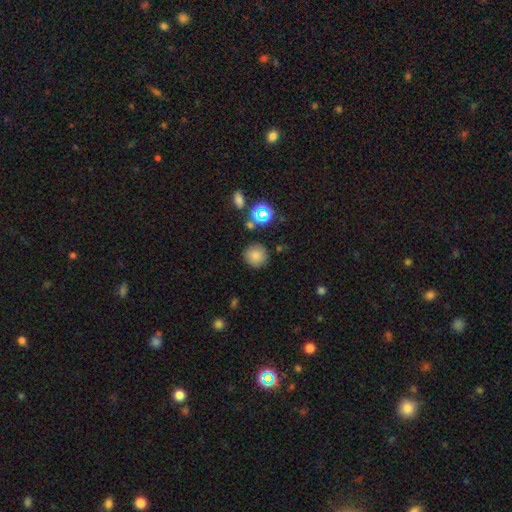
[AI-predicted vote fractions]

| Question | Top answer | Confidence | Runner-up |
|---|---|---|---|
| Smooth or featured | smooth | 79% | star or artifact (14%) |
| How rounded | round | 93% | in between (6%) |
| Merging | none | 84% | minor disturbance (9%) |